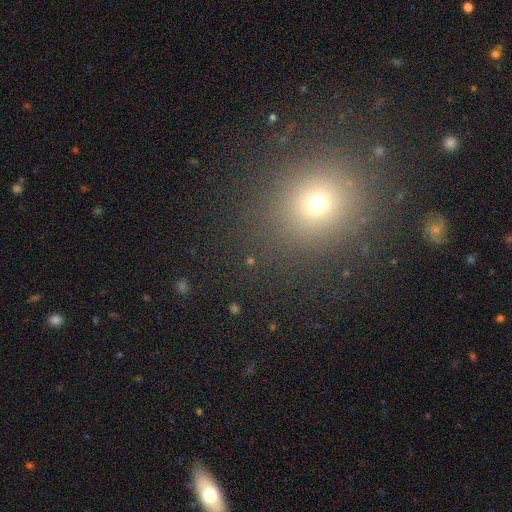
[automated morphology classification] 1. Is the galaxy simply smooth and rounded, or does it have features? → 61% smooth, 28% star or artifact, 10% featured or disk.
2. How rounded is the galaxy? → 78% round, 21% in between, 1% cigar-shaped.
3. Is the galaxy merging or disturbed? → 88% none, 7% minor disturbance, 3% major disturbance, 2% merger.